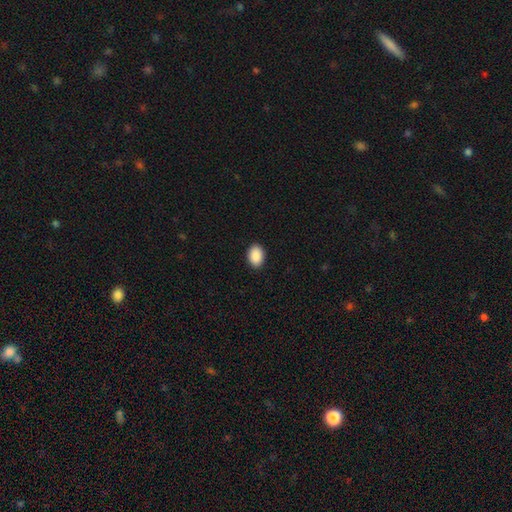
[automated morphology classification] This appears to be a smooth galaxy with no disk features (91%) that is in between round and cigar-shaped (82%). Merging: none (91%).